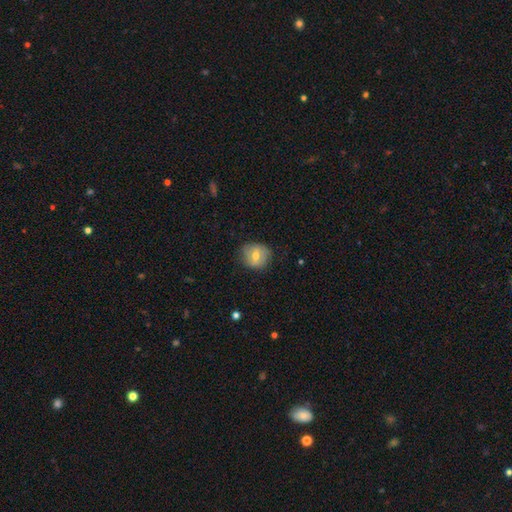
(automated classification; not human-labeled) Smooth or featured? Predicted: smooth (p=0.61). How rounded? Predicted: round (p=0.83). Merging? Predicted: none (p=0.78).